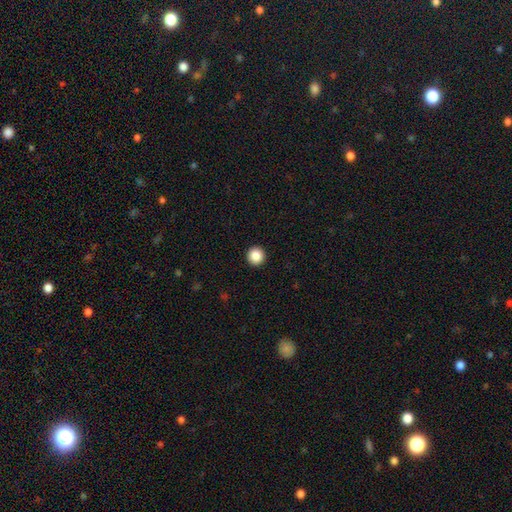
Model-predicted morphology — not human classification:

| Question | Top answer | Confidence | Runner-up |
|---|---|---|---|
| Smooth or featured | smooth | 88% | star or artifact (9%) |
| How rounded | round | 96% | in between (3%) |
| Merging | none | 94% | minor disturbance (4%) |